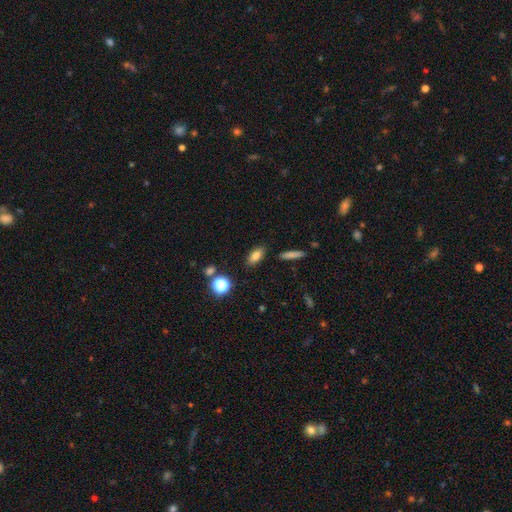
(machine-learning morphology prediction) smooth-or-featured: smooth: 79% | star or artifact: 12% | featured or disk: 9%
  how-rounded: in between: 77% | cigar-shaped: 15% | round: 8%
  merging: none: 86% | minor disturbance: 9% | merger: 3% | major disturbance: 3%